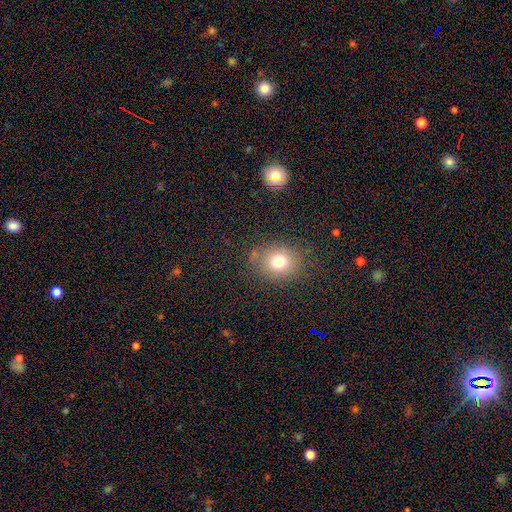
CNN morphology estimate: Overall: smooth (73%). How rounded: round (72%). Merging: none (85%).